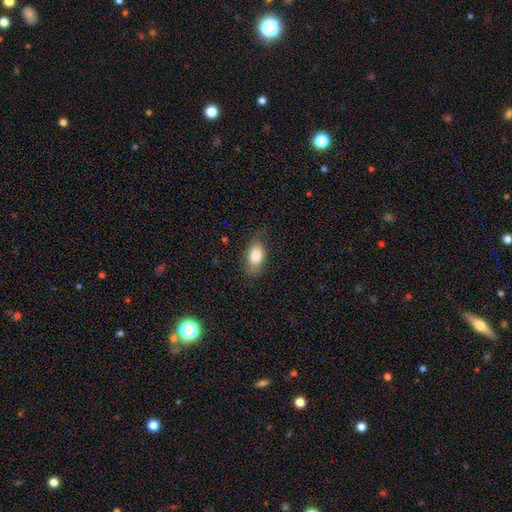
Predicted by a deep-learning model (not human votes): The model was most divided on "merging": none: 73%, minor disturbance: 20%, major disturbance: 6%, merger: 1%. More confident: how rounded — in between (91%); smooth or featured — smooth (82%).